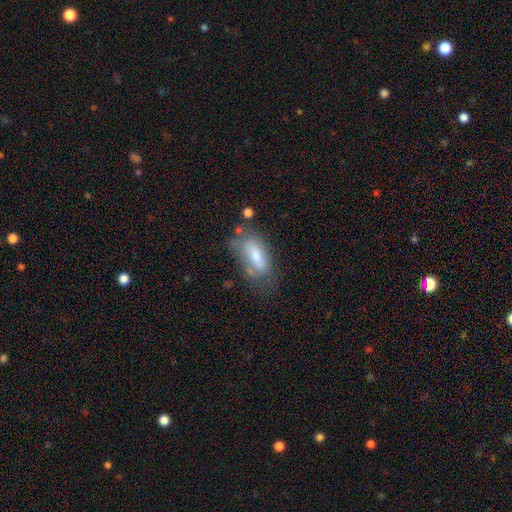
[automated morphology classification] smooth 70%, featured or disk 22%, star or artifact 8%. Down the decision tree: how rounded — in between (84%); merging — none (45%).